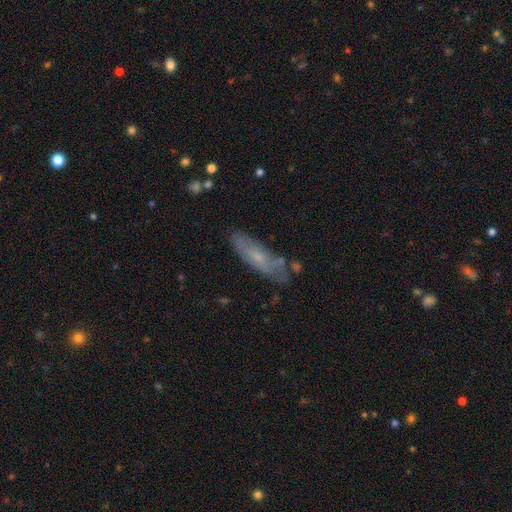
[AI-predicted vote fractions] Smooth or featured? smooth (50%)
How rounded? cigar-shaped (56%)
Merging? none (66%)